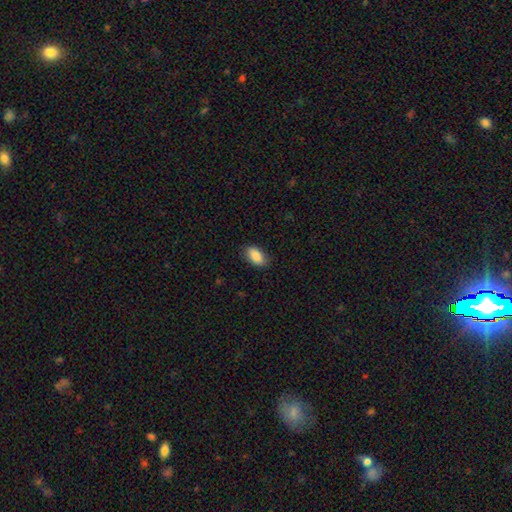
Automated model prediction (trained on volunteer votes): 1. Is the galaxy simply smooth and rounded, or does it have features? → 89% smooth, 7% star or artifact, 5% featured or disk.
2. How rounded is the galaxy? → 93% in between, 4% round, 3% cigar-shaped.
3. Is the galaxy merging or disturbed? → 86% none, 11% minor disturbance, 2% major disturbance, 1% merger.